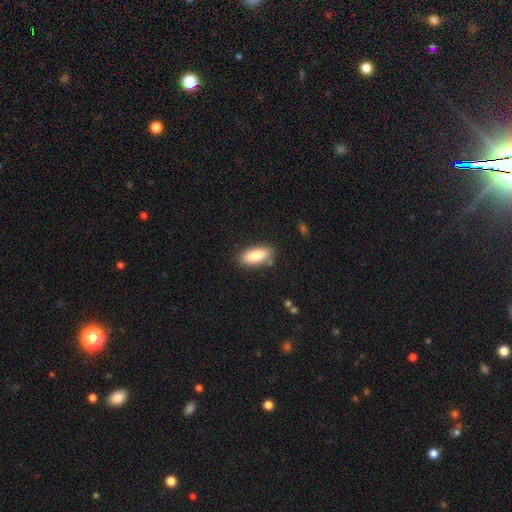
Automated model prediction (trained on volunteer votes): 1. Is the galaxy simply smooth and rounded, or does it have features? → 85% smooth, 9% featured or disk, 6% star or artifact.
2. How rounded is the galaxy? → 79% in between, 19% cigar-shaped, 2% round.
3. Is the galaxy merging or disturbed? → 84% none, 12% minor disturbance, 3% major disturbance, 2% merger.